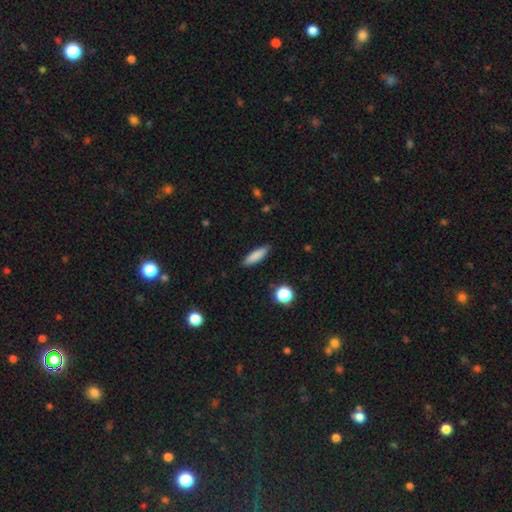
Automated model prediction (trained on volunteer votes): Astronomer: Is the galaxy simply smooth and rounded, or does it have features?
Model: smooth — 83%.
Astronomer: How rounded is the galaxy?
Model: cigar-shaped — 65%.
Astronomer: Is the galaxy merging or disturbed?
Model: none — 88%.